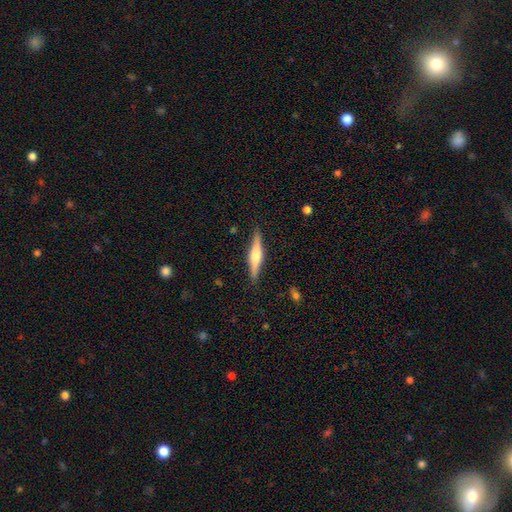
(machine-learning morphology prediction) Smooth or featured?
  - featured or disk: 58% *
  - smooth: 36%
  - star or artifact: 6%
Edge-on disk?
  - yes: 97% *
  - no: 3%
Edge-on bulge?
  - rounded: 76% *
  - boxy: 16%
  - none: 7%
Merging?
  - none: 88% *
  - minor disturbance: 9%
  - major disturbance: 2%
  - merger: 1%